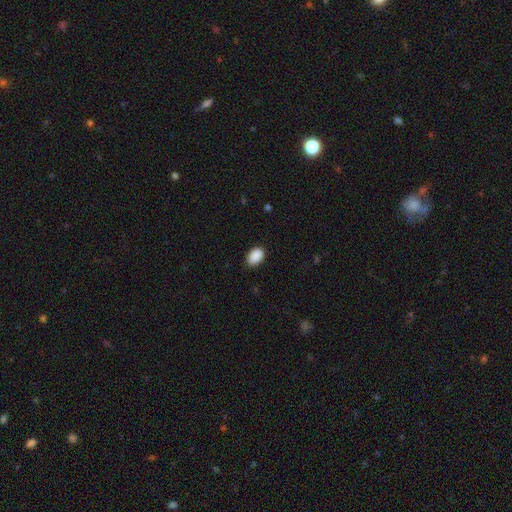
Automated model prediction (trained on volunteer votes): smooth-or-featured: smooth: 91% | star or artifact: 7% | featured or disk: 2%
  how-rounded: in between: 87% | round: 12% | cigar-shaped: 1%
  merging: none: 86% | minor disturbance: 11% | major disturbance: 2% | merger: 1%